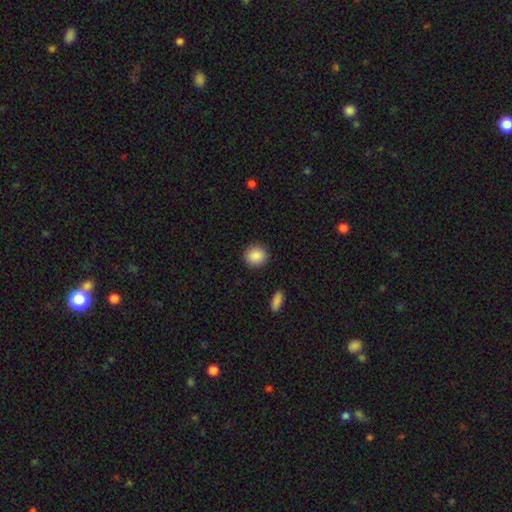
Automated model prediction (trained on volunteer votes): smooth-or-featured: smooth: 89% | star or artifact: 8% | featured or disk: 3%
  how-rounded: round: 84% | in between: 15% | cigar-shaped: 1%
  merging: none: 90% | minor disturbance: 6% | major disturbance: 2% | merger: 1%